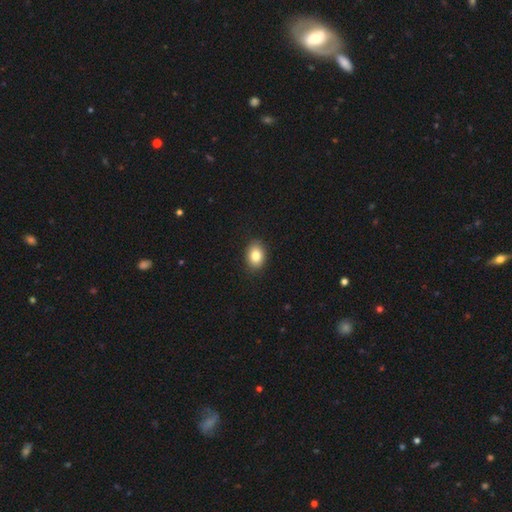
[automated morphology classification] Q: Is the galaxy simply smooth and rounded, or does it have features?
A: smooth — 84%.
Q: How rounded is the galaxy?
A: in between — 72%.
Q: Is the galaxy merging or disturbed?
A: none — 88%.